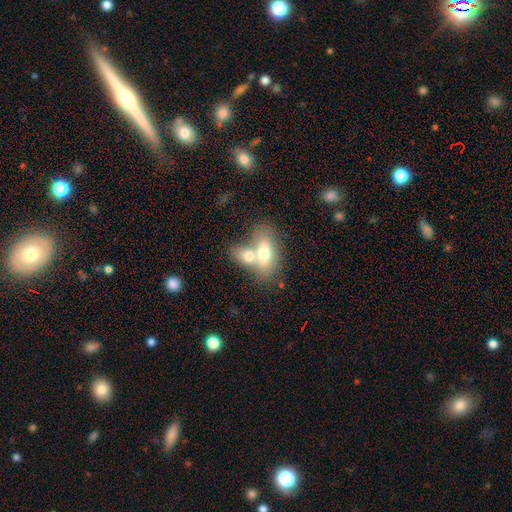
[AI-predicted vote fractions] Smooth or featured?
  - smooth: 64% *
  - featured or disk: 29%
  - star or artifact: 7%
How rounded?
  - in between: 80% *
  - cigar-shaped: 13%
  - round: 8%
Merging?
  - merger: 57% *
  - none: 31%
  - minor disturbance: 8%
  - major disturbance: 4%